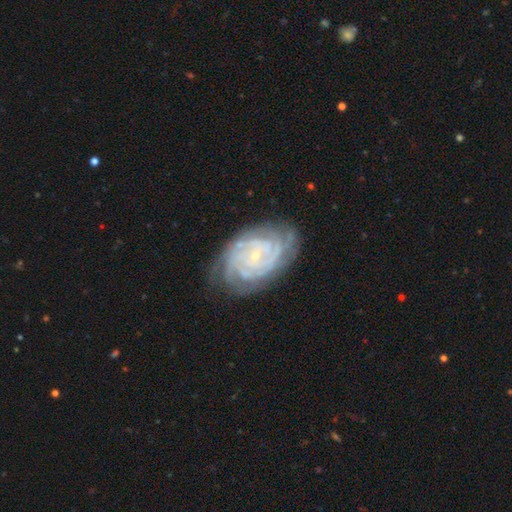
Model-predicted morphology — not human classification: Overall: featured or disk (88%). Edge-on disk: no (97%). Bar: no (71%). Spiral arms: yes (97%). Spiral arm count: 4 (25%, tied with can't tell). Spiral winding: tight (81%). Bulge size: small (84%). Merging: none (76%).